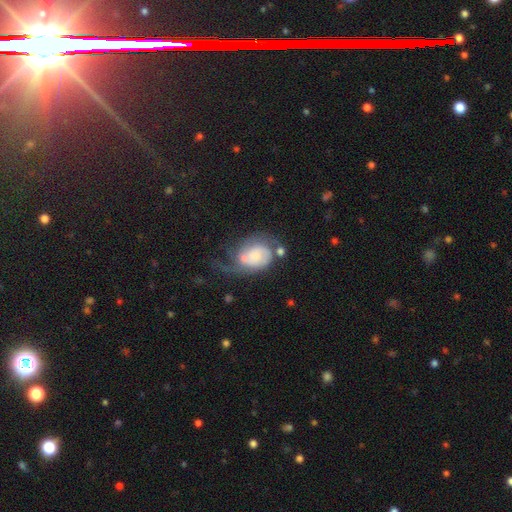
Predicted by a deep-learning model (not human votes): featured or disk 63%, smooth 30%, star or artifact 8%. Down the decision tree: edge-on disk — no (98%); bar — no (76%); spiral arms — yes (84%); spiral arm count — 2 (50%); spiral winding — medium (37%); bulge size — small (39%); merging — major disturbance (36%).